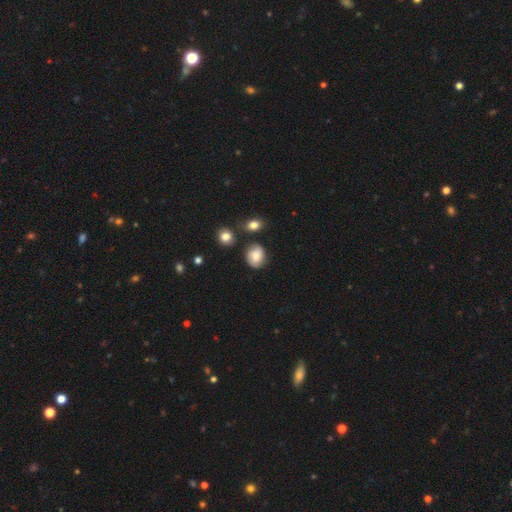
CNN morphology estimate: A smooth galaxy with no disk features (72%) that is round (59%).

Vote fractions:
- Smooth or featured? smooth: 72% / featured or disk: 19% / star or artifact: 9%
- How rounded? round: 59% / in between: 40% / cigar-shaped: 1%
- Merging? none: 73% / minor disturbance: 17% / merger: 5% / major disturbance: 4%